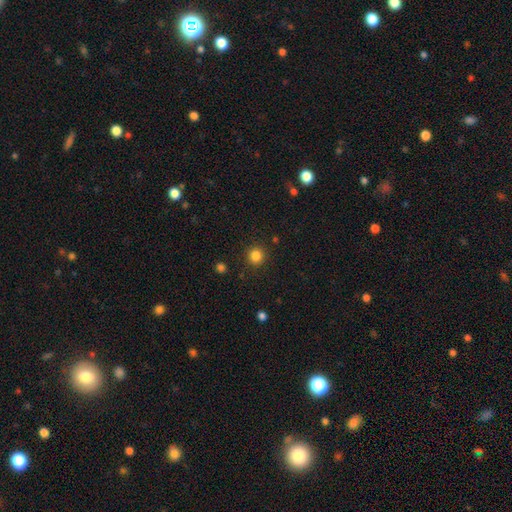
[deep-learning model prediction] This appears to be a smooth galaxy with no disk features (84%) that is round (92%). Merging: none (91%).